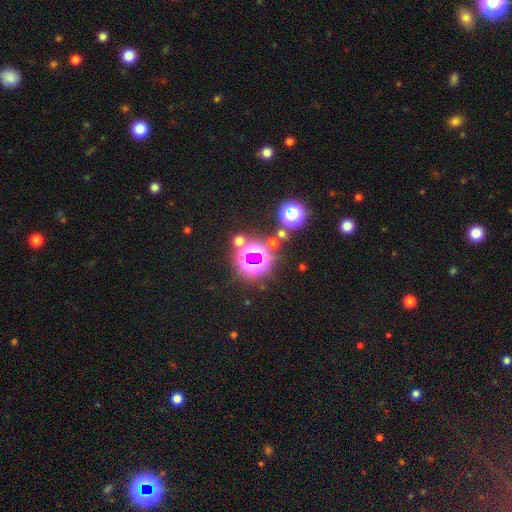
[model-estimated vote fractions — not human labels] Overall: star or artifact (74%).